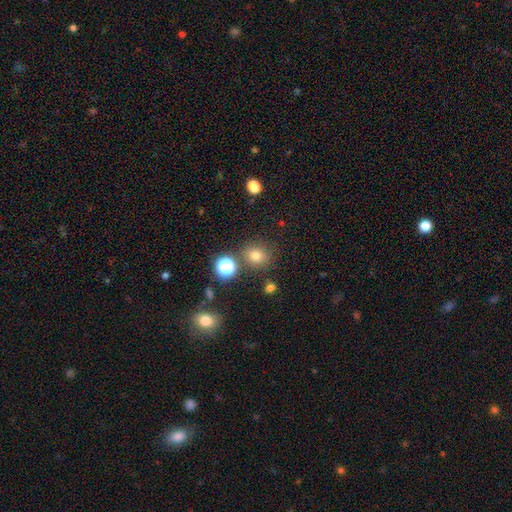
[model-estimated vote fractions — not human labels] smooth_or_featured: smooth (p=0.75) [alt: star or artifact p=0.19]
how_rounded: round (p=0.82) [alt: in between p=0.17]
merging: none (p=0.80) [alt: minor disturbance p=0.10]